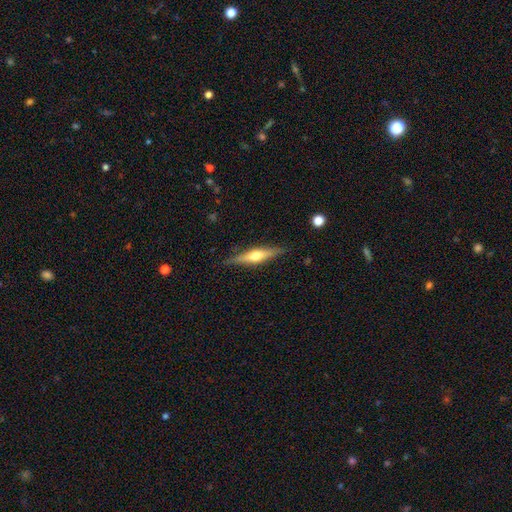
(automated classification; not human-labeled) A featured or disk galaxy (61%) viewed edge-on (95%) with a rounded central bulge (90%).

Vote fractions:
- Smooth or featured? featured or disk: 61% / smooth: 33% / star or artifact: 6%
- Edge-on disk? yes: 95% / no: 5%
- Edge-on bulge? rounded: 90% / boxy: 5% / none: 4%
- Merging? none: 86% / minor disturbance: 10% / major disturbance: 2% / merger: 1%